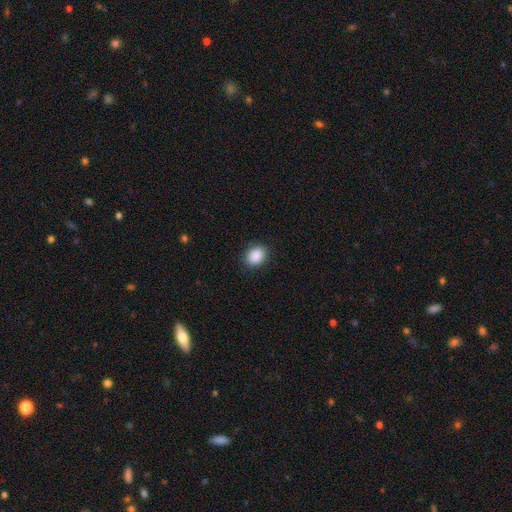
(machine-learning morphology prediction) Smooth or featured: smooth — 89% (star or artifact — 8%)
How rounded: in between — 53% (round — 46%)
Merging: none — 88% (minor disturbance — 9%)